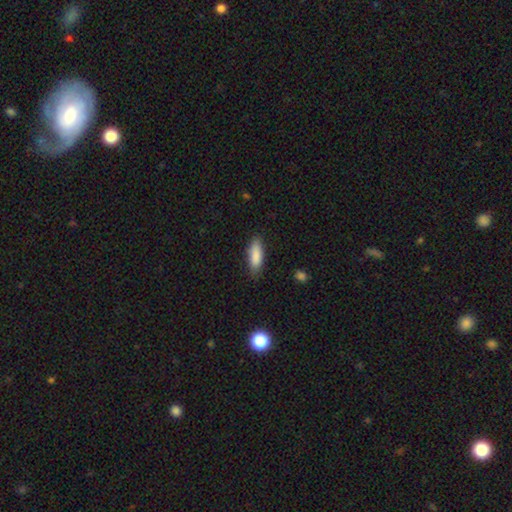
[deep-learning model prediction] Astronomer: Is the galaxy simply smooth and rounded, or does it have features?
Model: smooth — 87%.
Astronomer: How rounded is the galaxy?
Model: in between — 55% (runner-up: cigar-shaped, 43%).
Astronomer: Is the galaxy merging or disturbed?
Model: none — 81%.